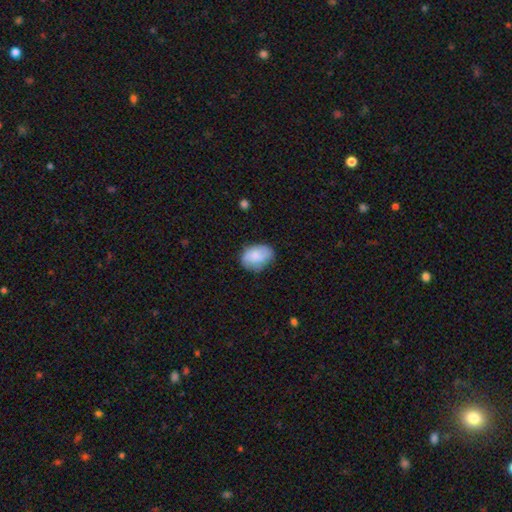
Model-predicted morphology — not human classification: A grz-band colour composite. It shows a smooth galaxy with no disk features (74%) that is in between round and cigar-shaped (80%). Merging: none (67%).